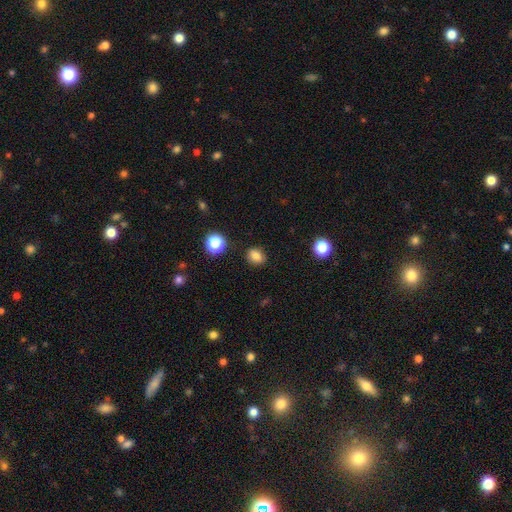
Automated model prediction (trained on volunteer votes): This is clearly a smooth galaxy (81%). How rounded: possibly in between (50%). Merging: clearly none (86%).